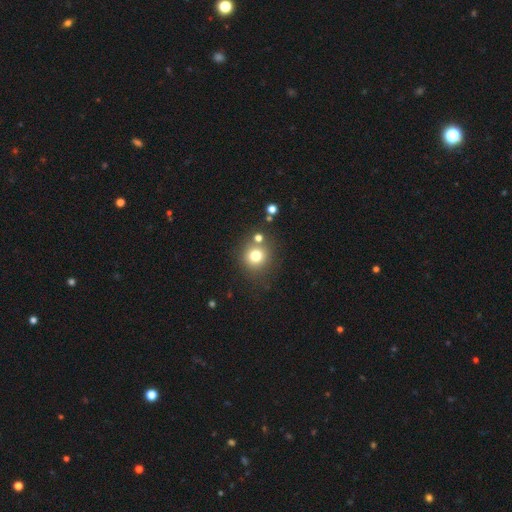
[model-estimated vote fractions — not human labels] Smooth or featured?
  - smooth: 76% *
  - star or artifact: 14%
  - featured or disk: 10%
How rounded?
  - round: 90% *
  - in between: 9%
  - cigar-shaped: 1%
Merging?
  - none: 74% *
  - merger: 12%
  - minor disturbance: 10%
  - major disturbance: 4%